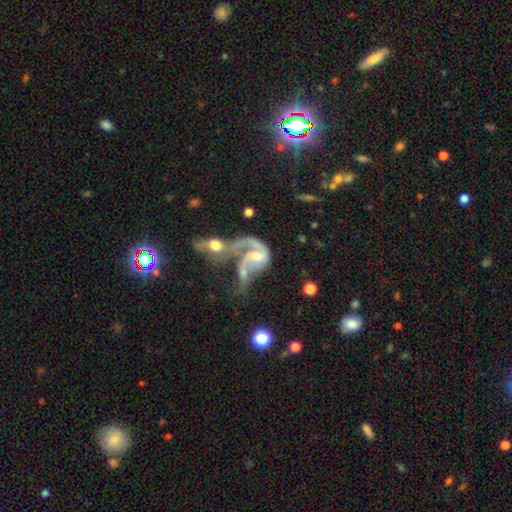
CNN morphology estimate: Q: Smooth or featured?
A: featured or disk (81%); runner-up: smooth (12%)
Q: Edge-on disk?
A: no (97%); runner-up: yes (3%)
Q: Bar?
A: no (46%); runner-up: weak (40%)
Q: Spiral arms?
A: yes (89%); runner-up: no (11%)
Q: Spiral winding?
A: loose (48%); runner-up: medium (38%)
Q: Spiral arm count?
A: 2 (58%); runner-up: 1 (29%)
Q: Bulge size?
A: moderate (45%); runner-up: small (41%)
Q: Merging?
A: merger (65%); runner-up: major disturbance (17%)